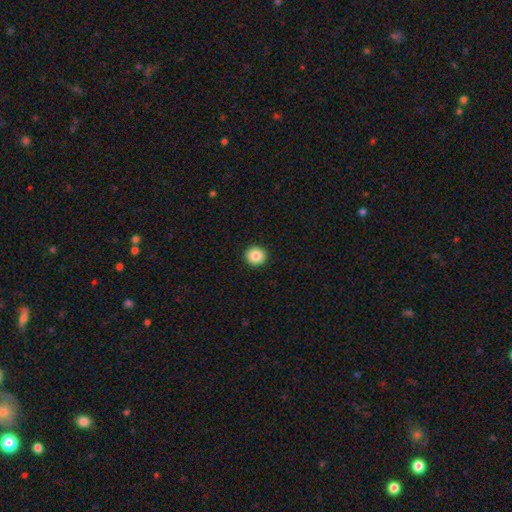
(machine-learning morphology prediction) type=smooth (87%); roundness=round (92%); merging=none (93%).